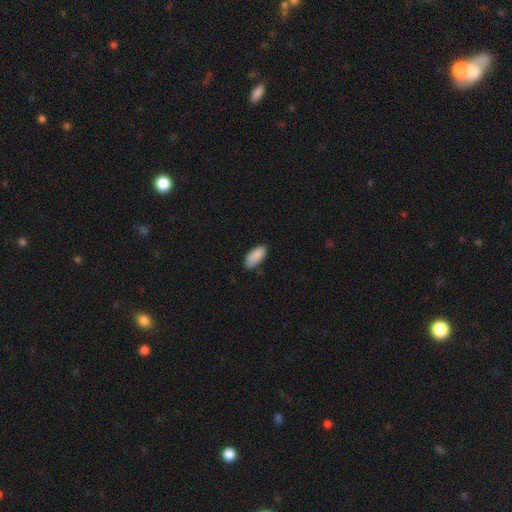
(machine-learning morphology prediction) smooth-or-featured: smooth: 88% | star or artifact: 7% | featured or disk: 5%
  how-rounded: in between: 87% | cigar-shaped: 11% | round: 2%
  merging: none: 73% | minor disturbance: 22% | major disturbance: 3% | merger: 2%